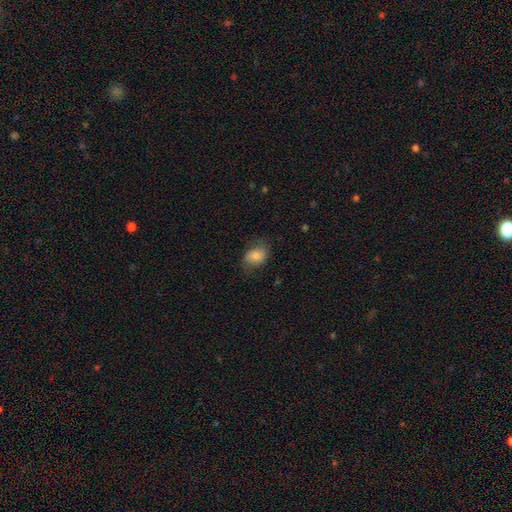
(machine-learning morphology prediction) type=smooth (75%); roundness=in between (74%); merging=none (68%).